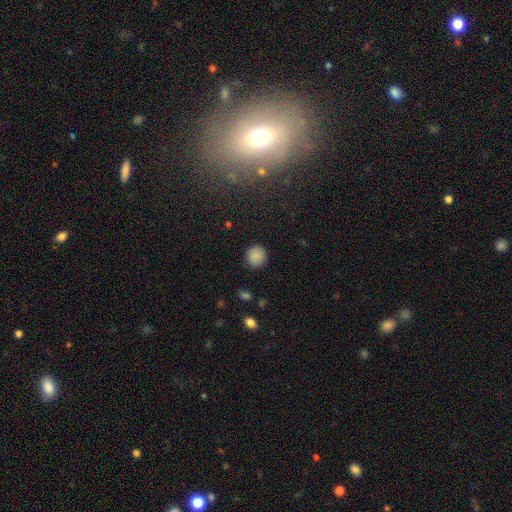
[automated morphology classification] This appears to be a smooth galaxy with no disk features (86%) that is round (92%). Merging: none (88%).